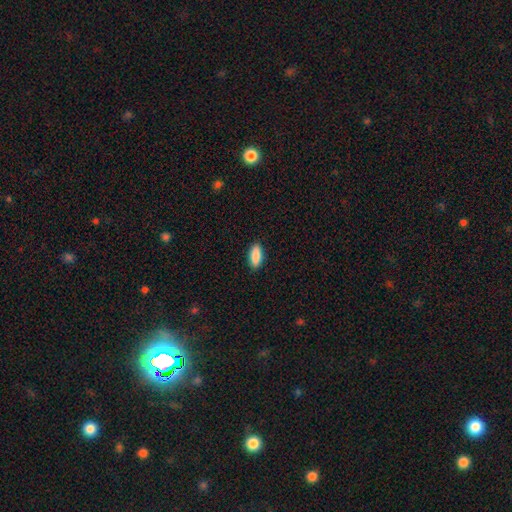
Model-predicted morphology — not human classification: Smooth or featured: smooth — 88% (star or artifact — 6%)
How rounded: in between — 80% (cigar-shaped — 17%)
Merging: none — 90% (minor disturbance — 8%)